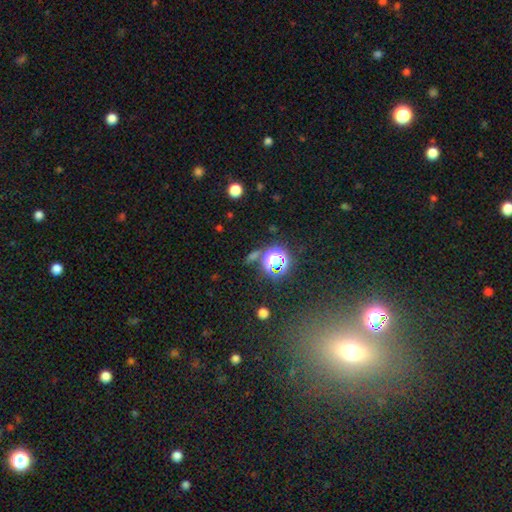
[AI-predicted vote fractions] This is likely a star or artifact rather than a galaxy (61%).